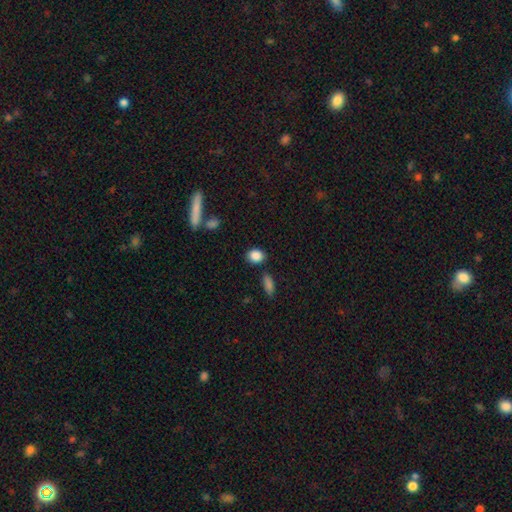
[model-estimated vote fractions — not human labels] This is clearly a smooth galaxy (87%). How rounded: possibly in between (52%). Merging: likely none (79%).